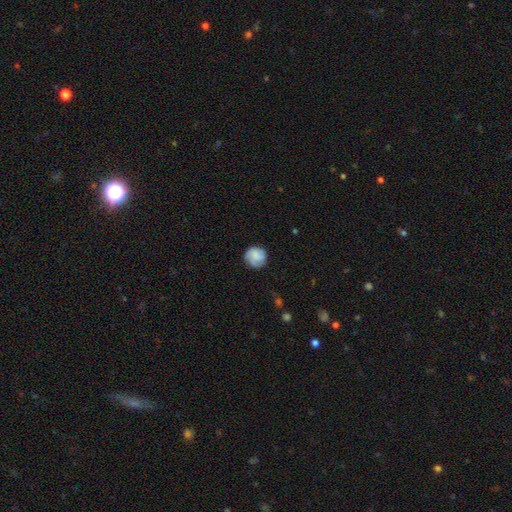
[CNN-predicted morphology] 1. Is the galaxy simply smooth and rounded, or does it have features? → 65% smooth, 27% featured or disk, 8% star or artifact.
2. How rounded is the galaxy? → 88% round, 11% in between, 1% cigar-shaped.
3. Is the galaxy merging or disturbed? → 76% none, 17% minor disturbance, 5% major disturbance, 1% merger.